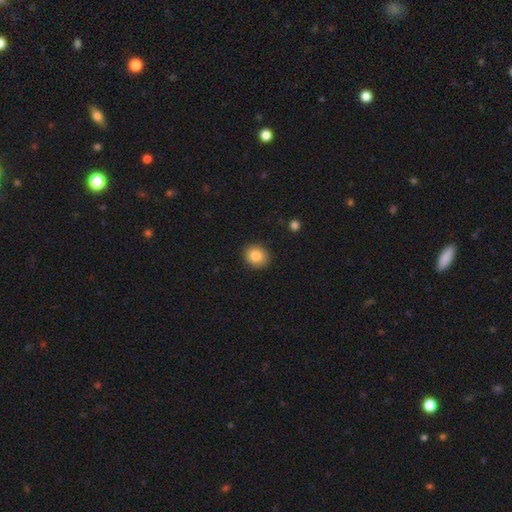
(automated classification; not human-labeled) This is clearly a smooth galaxy (83%). How rounded: clearly round (82%). Merging: clearly none (91%).